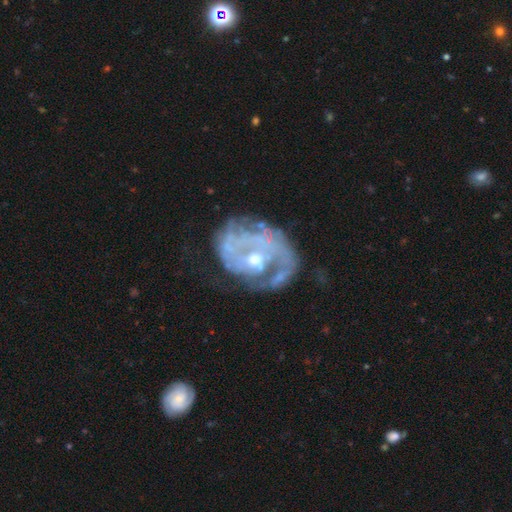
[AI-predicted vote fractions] Smooth or featured? featured or disk (81%)
Edge-on disk? no (97%)
Bar? no (70%)
Spiral arms? yes (72%)
Spiral winding? tight (52%)
Spiral arm count? can't tell (42%)
Bulge size? moderate (53%)
Merging? none (45%)